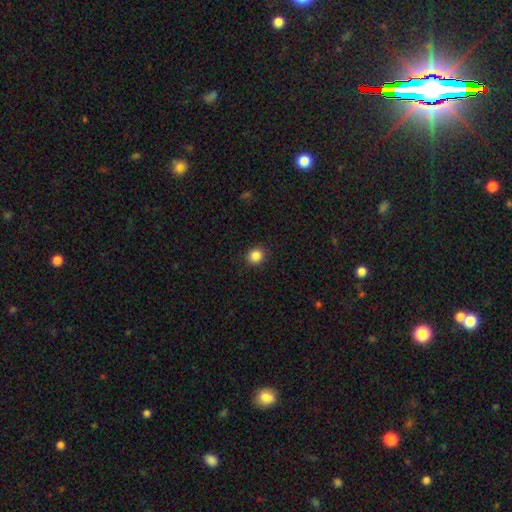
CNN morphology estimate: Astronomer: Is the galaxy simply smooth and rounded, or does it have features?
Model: smooth — 86%.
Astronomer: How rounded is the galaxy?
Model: round — 82%.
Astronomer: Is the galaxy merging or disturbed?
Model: none — 91%.